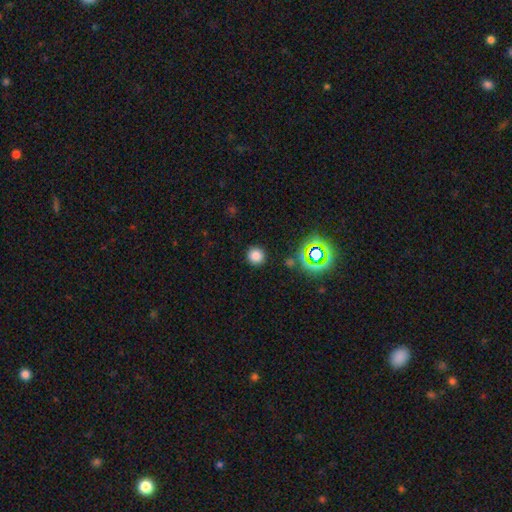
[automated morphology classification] smooth-or-featured: smooth: 77% | star or artifact: 17% | featured or disk: 6%
  how-rounded: round: 94% | in between: 5% | cigar-shaped: 1%
  merging: none: 89% | minor disturbance: 6% | major disturbance: 3% | merger: 2%